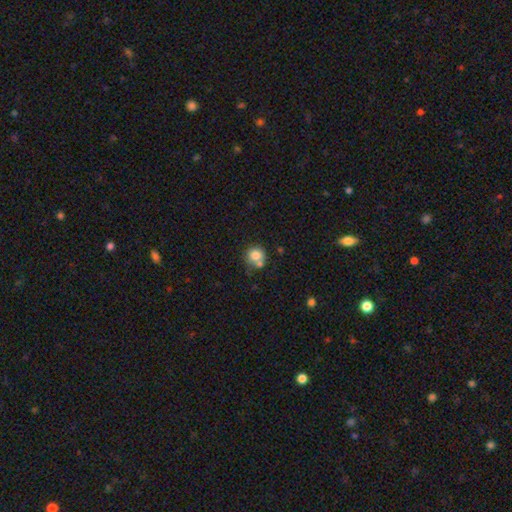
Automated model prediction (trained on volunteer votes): smooth_or_featured: smooth (p=0.78) [alt: featured or disk p=0.11]
how_rounded: round (p=0.89) [alt: in between p=0.10]
merging: none (p=0.59) [alt: merger p=0.25]